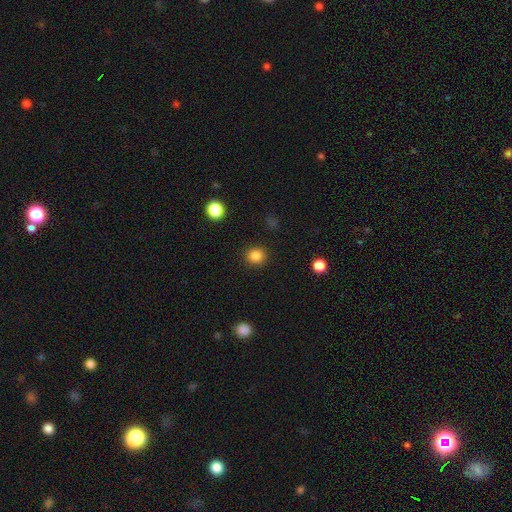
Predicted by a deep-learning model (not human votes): A smooth galaxy with no disk features (85%) that is round (89%).

Vote fractions:
- Smooth or featured? smooth: 85% / star or artifact: 11% / featured or disk: 4%
- How rounded? round: 89% / in between: 10% / cigar-shaped: 1%
- Merging? none: 91% / minor disturbance: 6% / major disturbance: 2% / merger: 1%